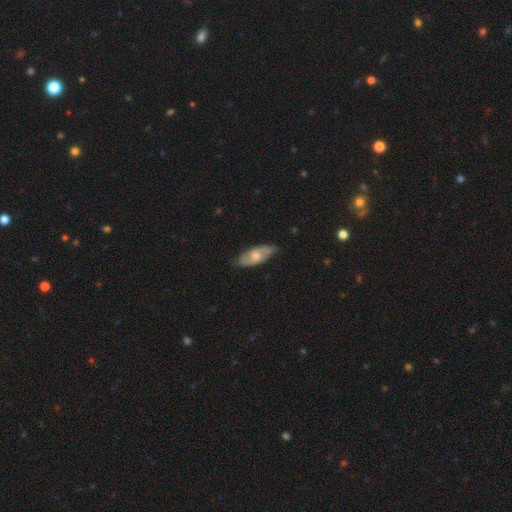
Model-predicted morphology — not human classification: smooth_or_featured: smooth (p=0.49) [alt: featured or disk p=0.46]
merging: none (p=0.79) [alt: minor disturbance p=0.17]